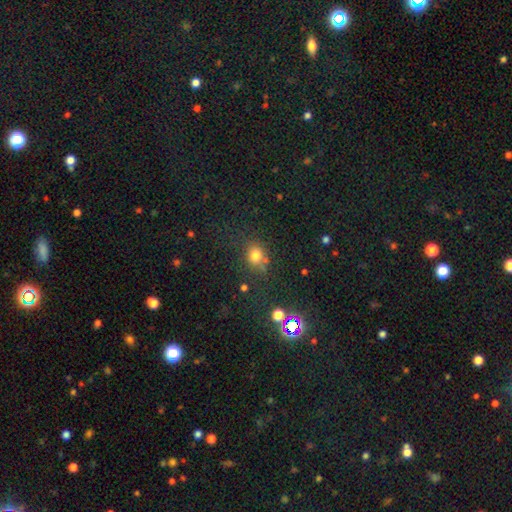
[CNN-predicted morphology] type=smooth (74%); roundness=round (65%); merging=none (67%).